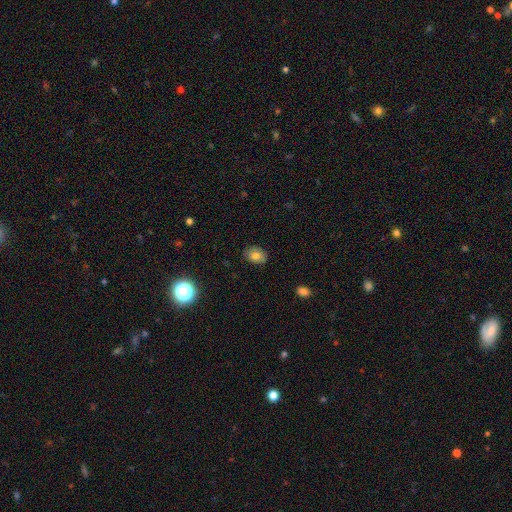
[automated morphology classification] Smooth or featured?
  - smooth: 72% *
  - featured or disk: 16%
  - star or artifact: 11%
How rounded?
  - in between: 68% *
  - round: 31%
  - cigar-shaped: 1%
Merging?
  - none: 83% *
  - minor disturbance: 13%
  - major disturbance: 3%
  - merger: 1%